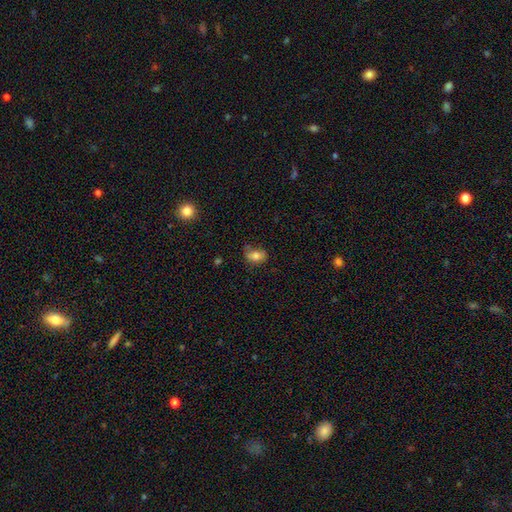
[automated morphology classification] Q: Smooth or featured?
A: smooth (75%); runner-up: featured or disk (15%)
Q: How rounded?
A: in between (74%); runner-up: round (24%)
Q: Merging?
A: none (54%); runner-up: minor disturbance (30%)